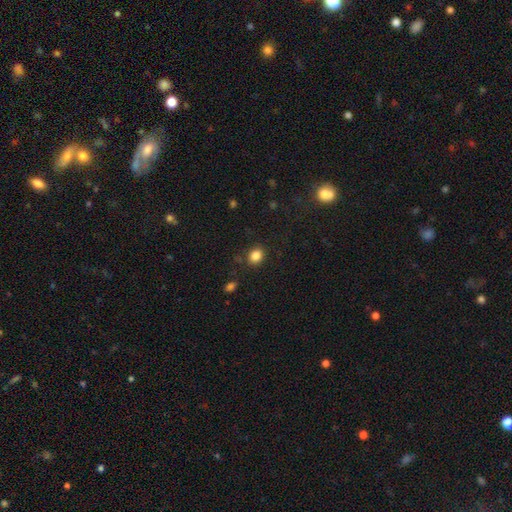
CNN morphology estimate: Overall: smooth (85%). How rounded: round (58%; in between 42%). Merging: none (84%).